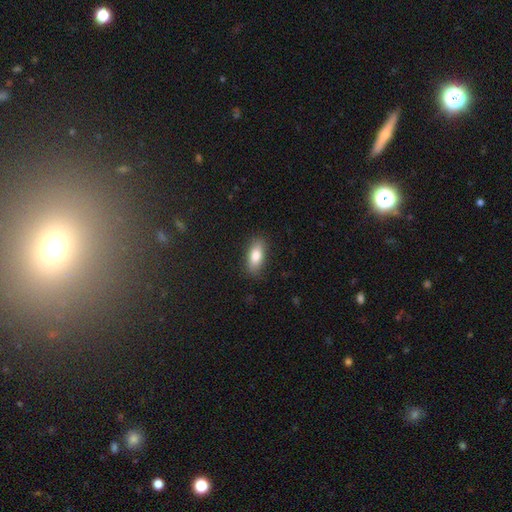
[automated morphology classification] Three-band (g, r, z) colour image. It shows a smooth galaxy with no disk features (82%) that is in between round and cigar-shaped (80%). Merging: none (86%).